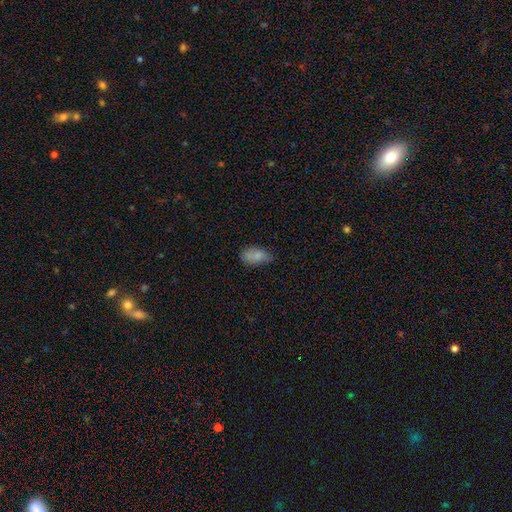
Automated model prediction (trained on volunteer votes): This appears to be a smooth galaxy with no disk features (81%) that is in between round and cigar-shaped (92%). Merging: none (62%).